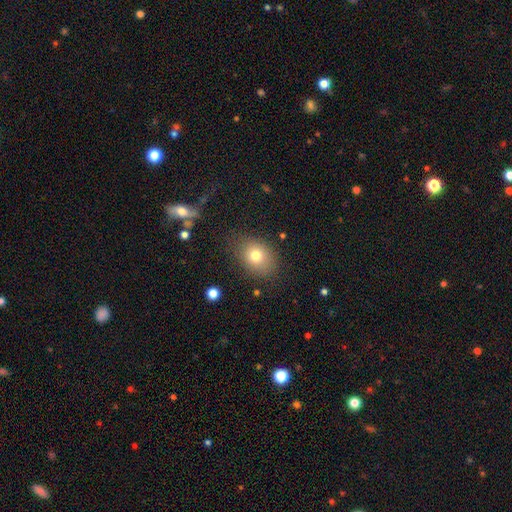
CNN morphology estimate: Smooth or featured?
  - smooth: 76% *
  - featured or disk: 12%
  - star or artifact: 12%
How rounded?
  - in between: 59% *
  - round: 40%
  - cigar-shaped: 1%
Merging?
  - none: 79% *
  - minor disturbance: 14%
  - major disturbance: 5%
  - merger: 2%